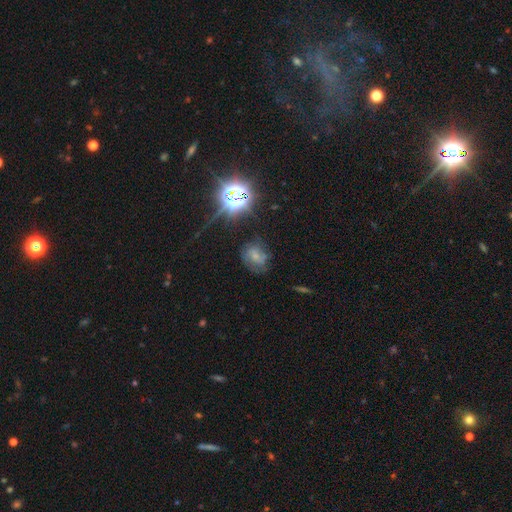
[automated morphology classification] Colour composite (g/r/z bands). It shows a featured or disk galaxy (38%). Merging: none (58%).